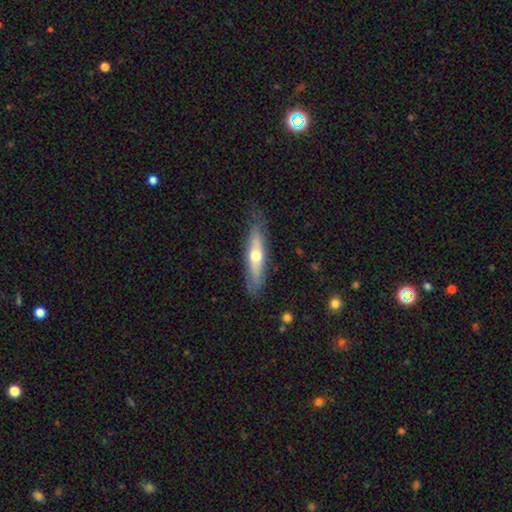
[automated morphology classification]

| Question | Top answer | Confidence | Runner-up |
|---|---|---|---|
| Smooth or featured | featured or disk | 48% | smooth (46%) |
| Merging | none | 78% | minor disturbance (16%) |